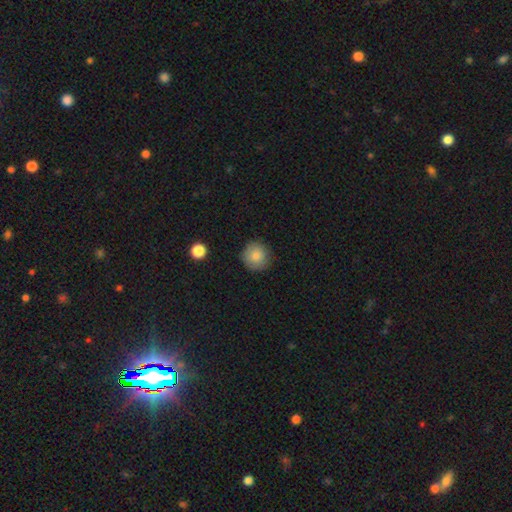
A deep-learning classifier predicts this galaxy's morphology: This appears to be a smooth galaxy with no disk features (84%) that is round (93%). Merging: none (86%).